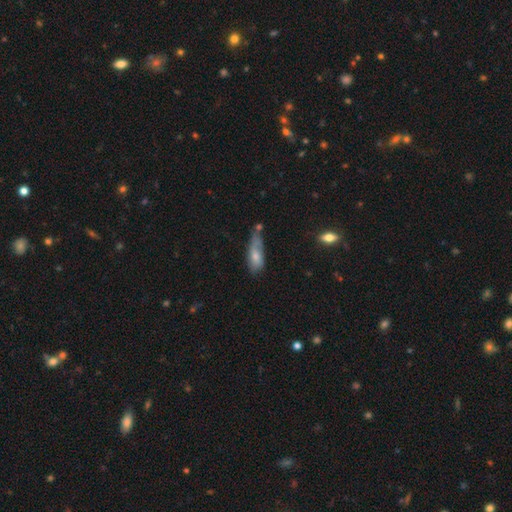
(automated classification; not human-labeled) Q: Smooth or featured?
A: smooth (70%); runner-up: featured or disk (23%)
Q: How rounded?
A: in between (65%); runner-up: cigar-shaped (32%)
Q: Merging?
A: minor disturbance (35%); runner-up: none (33%)